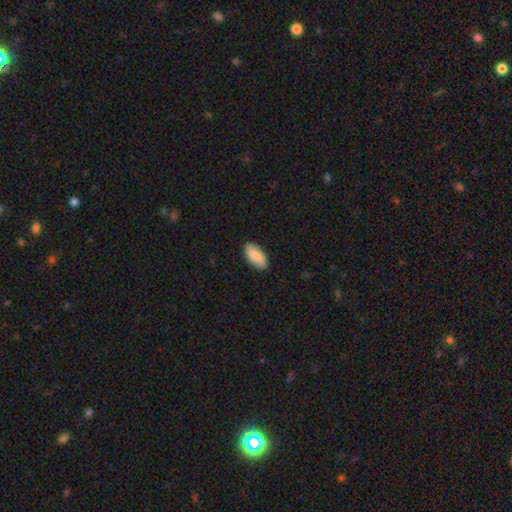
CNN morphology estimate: A smooth galaxy with no disk features (80%) that is in between round and cigar-shaped (91%).

Vote fractions:
- Smooth or featured? smooth: 80% / featured or disk: 14% / star or artifact: 6%
- How rounded? in between: 91% / cigar-shaped: 6% / round: 2%
- Merging? none: 87% / minor disturbance: 10% / major disturbance: 2% / merger: 1%